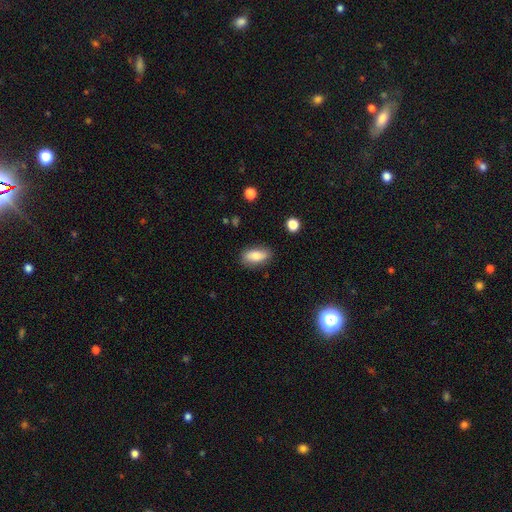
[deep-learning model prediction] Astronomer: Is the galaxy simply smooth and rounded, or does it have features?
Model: smooth — 81%.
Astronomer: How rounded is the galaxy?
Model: in between — 85%.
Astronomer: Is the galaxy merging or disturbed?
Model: none — 82%.